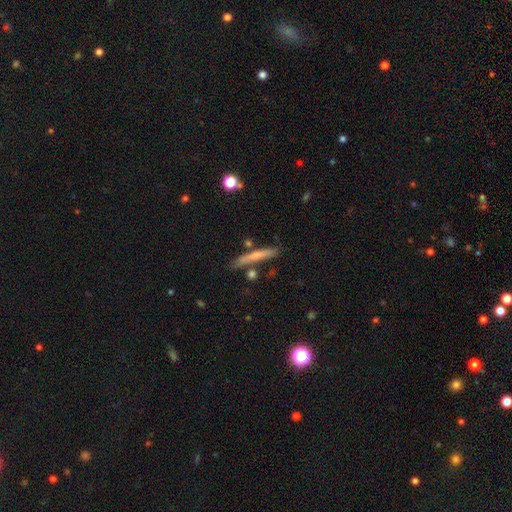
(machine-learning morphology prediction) Smooth or featured: smooth — 57% (featured or disk — 36%)
How rounded: cigar-shaped — 94% (in between — 4%)
Merging: none — 77% (minor disturbance — 14%)